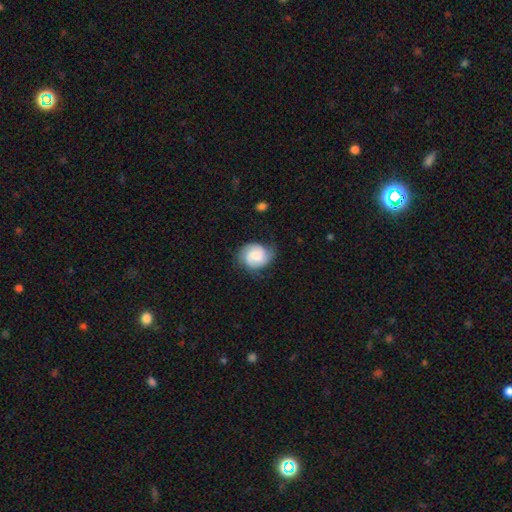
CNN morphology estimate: Smooth or featured? Predicted: featured or disk (p=0.55). Edge-on disk? Predicted: no (p=0.98). Bar? Predicted: no (p=0.56). Spiral arms? Predicted: yes (p=0.92). Spiral winding? Predicted: tight (p=0.47). Spiral arm count? Predicted: 2 (p=0.59). Bulge size? Predicted: moderate (p=0.35). Merging? Predicted: none (p=0.67).